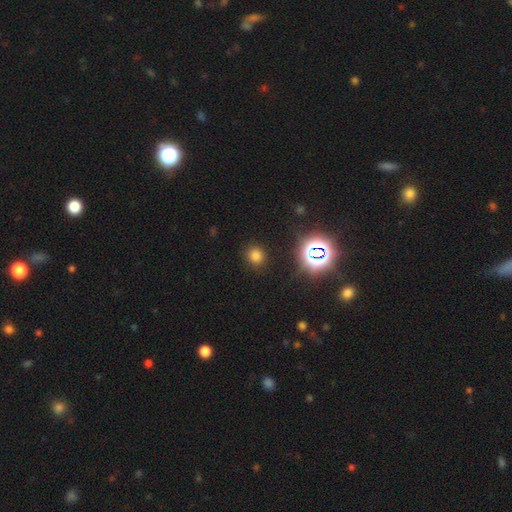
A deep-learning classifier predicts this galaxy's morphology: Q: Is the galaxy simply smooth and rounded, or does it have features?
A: smooth — 73%.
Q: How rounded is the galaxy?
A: round — 80%.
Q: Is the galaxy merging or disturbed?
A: none — 87%.